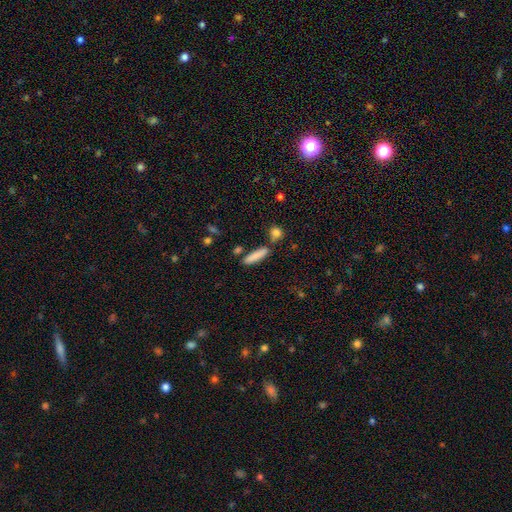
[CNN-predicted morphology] This appears to be a smooth galaxy with no disk features (84%) that is cigar-shaped (75%). Merging: none (76%).